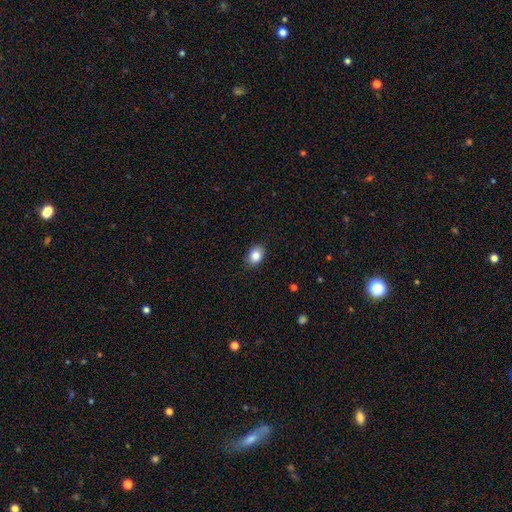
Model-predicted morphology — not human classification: Smooth or featured? Predicted: smooth (p=0.85). How rounded? Predicted: in between (p=0.75). Merging? Predicted: none (p=0.88).